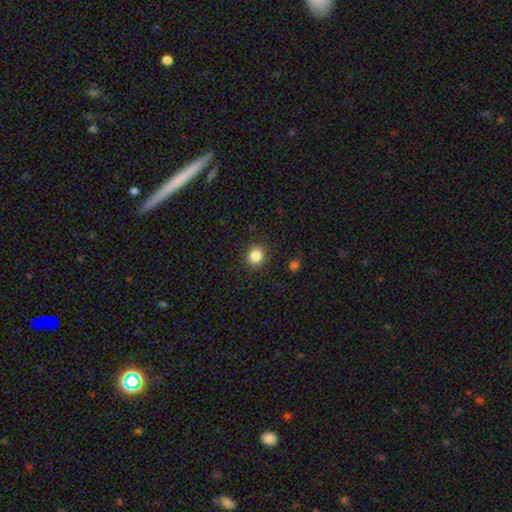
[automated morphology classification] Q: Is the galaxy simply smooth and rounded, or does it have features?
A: smooth — 85%.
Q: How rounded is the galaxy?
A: round — 86%.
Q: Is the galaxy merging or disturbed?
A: none — 90%.